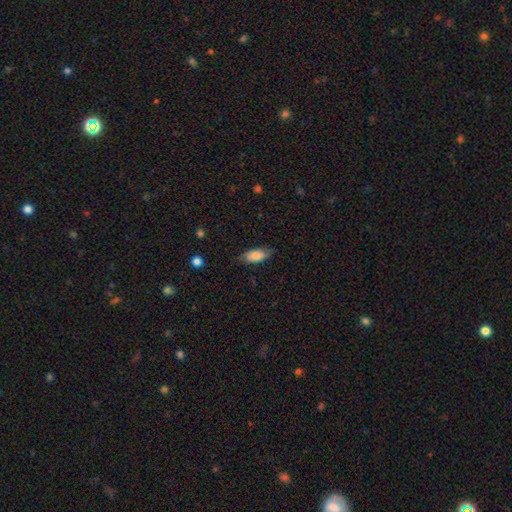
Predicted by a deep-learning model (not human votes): The model was most divided on "merging": none: 74%, minor disturbance: 21%, major disturbance: 4%, merger: 1%. More confident: how rounded — in between (85%); smooth or featured — smooth (80%).